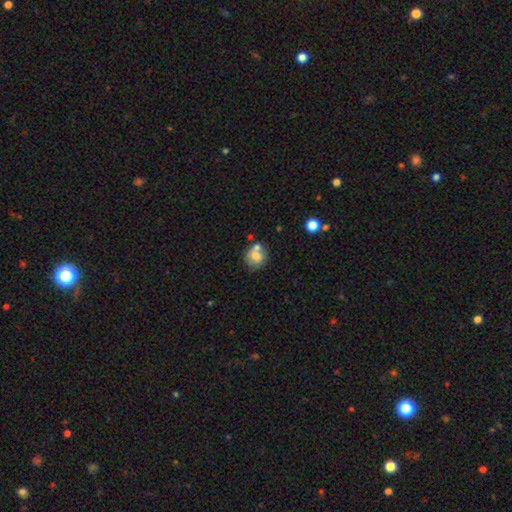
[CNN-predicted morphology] Overall: smooth (70%). How rounded: round (77%). Merging: none (54%; merger 28%).